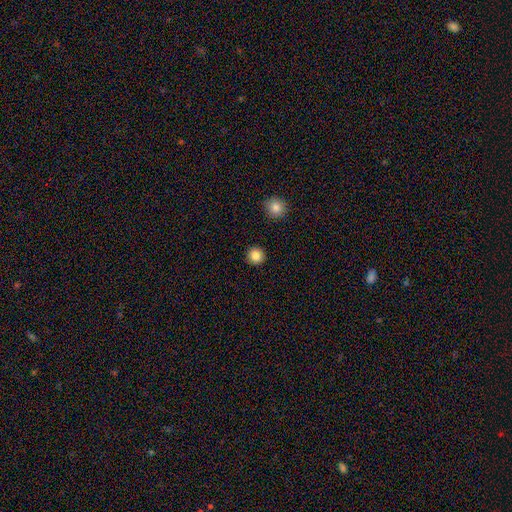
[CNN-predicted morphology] A smooth galaxy with no disk features (86%) that is round (94%). Merging: none (93%).